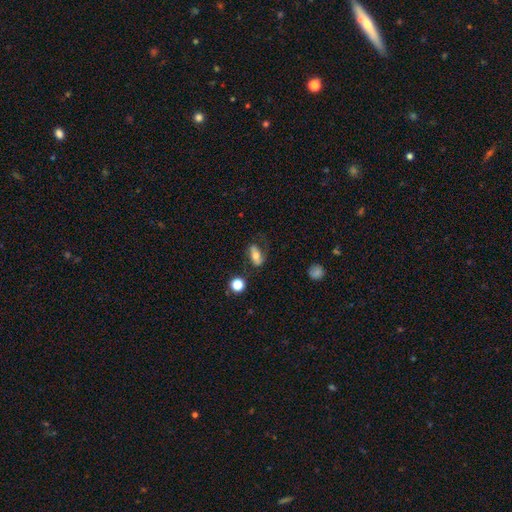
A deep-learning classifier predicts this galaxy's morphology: A smooth galaxy with no disk features (51%) that is in between round and cigar-shaped (81%).

Vote fractions:
- Smooth or featured? smooth: 51% / featured or disk: 40% / star or artifact: 9%
- How rounded? in between: 81% / cigar-shaped: 10% / round: 9%
- Merging? none: 57% / minor disturbance: 22% / major disturbance: 18% / merger: 3%